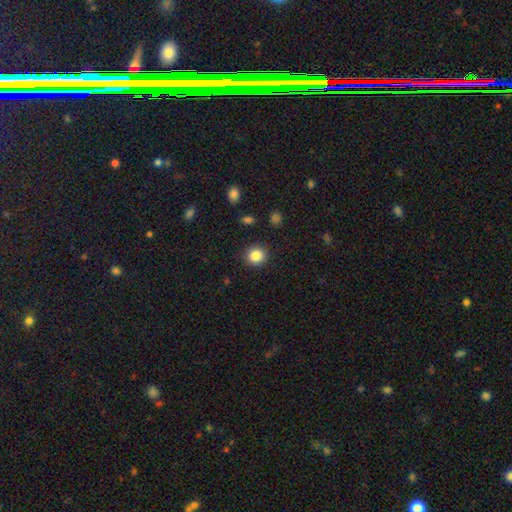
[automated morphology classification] A smooth galaxy with no disk features (85%) that is round (87%).

Vote fractions:
- Smooth or featured? smooth: 85% / star or artifact: 10% / featured or disk: 5%
- How rounded? round: 87% / in between: 12% / cigar-shaped: 1%
- Merging? none: 90% / minor disturbance: 7% / major disturbance: 2% / merger: 1%